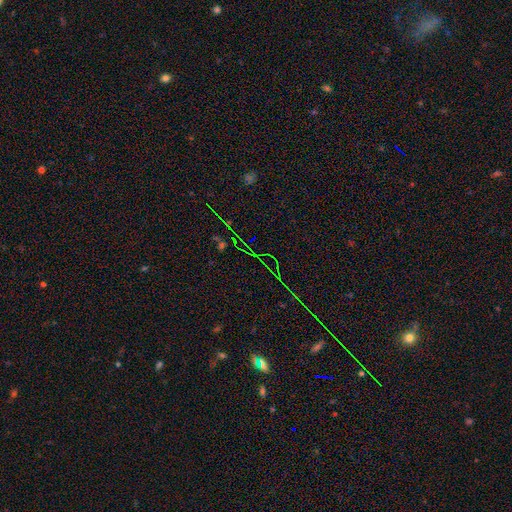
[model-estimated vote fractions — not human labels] smooth-or-featured: star or artifact: 78% | smooth: 12% | featured or disk: 10%